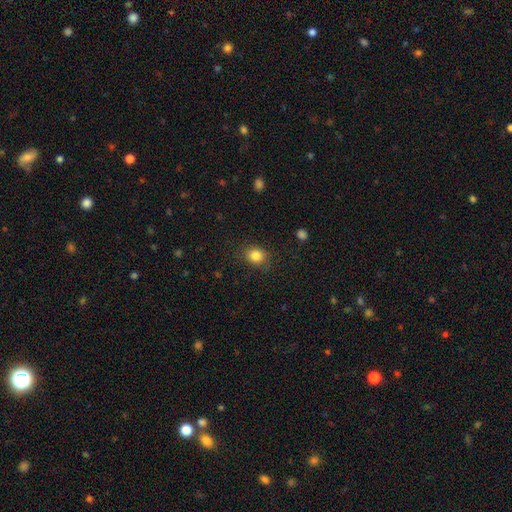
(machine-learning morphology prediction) A smooth galaxy with no disk features (84%) that is round (63%). Merging: none (85%).